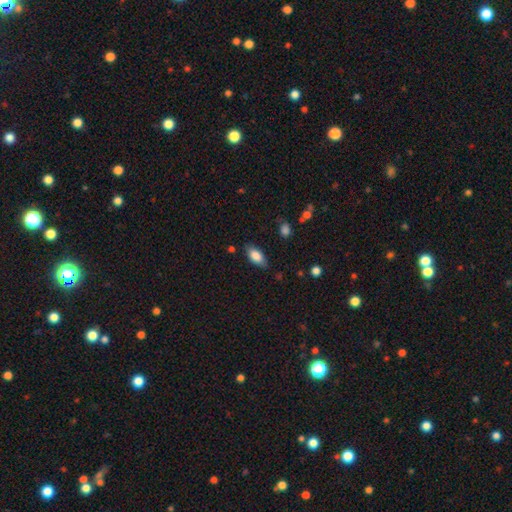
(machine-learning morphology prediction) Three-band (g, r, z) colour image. It shows a smooth galaxy with no disk features (83%) that is in between round and cigar-shaped (89%). Merging: none (77%).